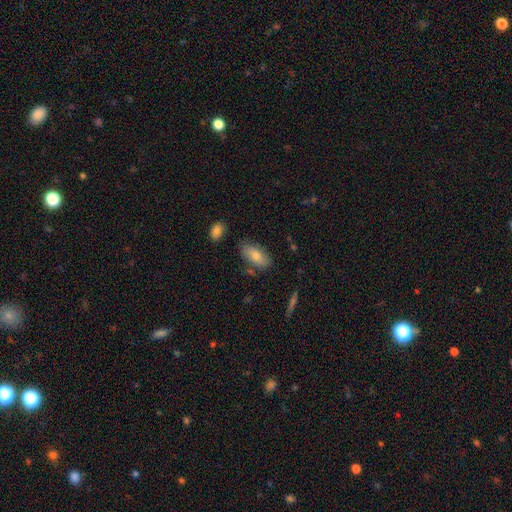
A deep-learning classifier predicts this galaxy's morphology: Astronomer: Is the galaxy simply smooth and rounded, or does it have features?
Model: smooth — 79%.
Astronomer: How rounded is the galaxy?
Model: in between — 90%.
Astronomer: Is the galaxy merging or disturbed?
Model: none — 77%.